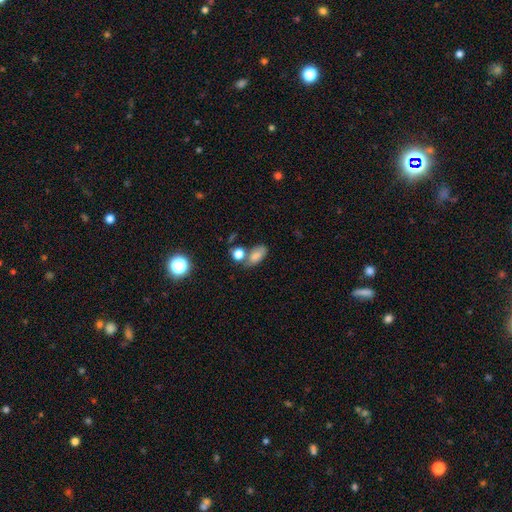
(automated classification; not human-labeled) A smooth galaxy with no disk features (77%) that is in between round and cigar-shaped (86%). Merging: none (49%).